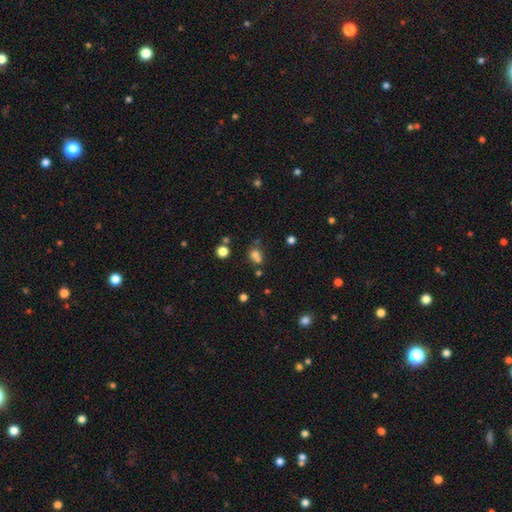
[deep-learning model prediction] smooth-or-featured: smooth: 69% | star or artifact: 19% | featured or disk: 12%
  how-rounded: round: 68% | in between: 31% | cigar-shaped: 1%
  merging: none: 44% | merger: 40% | minor disturbance: 11% | major disturbance: 6%